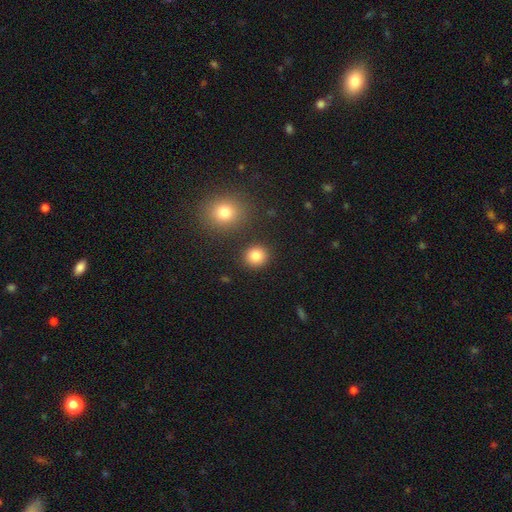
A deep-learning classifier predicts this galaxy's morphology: Smooth or featured: smooth — 84% (star or artifact — 10%)
How rounded: round — 88% (in between — 11%)
Merging: none — 88% (minor disturbance — 6%)